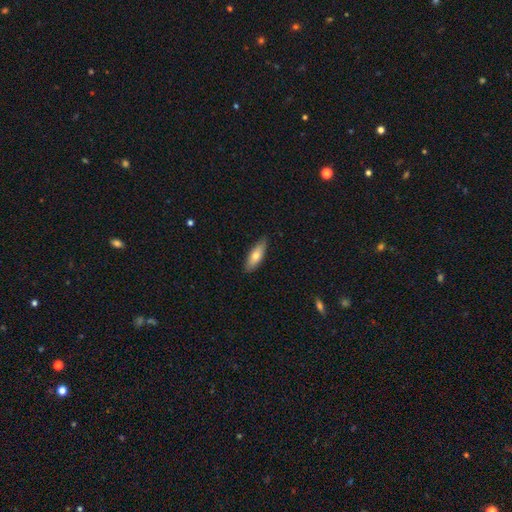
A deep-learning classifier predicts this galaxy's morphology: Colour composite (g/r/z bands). It shows a smooth galaxy with no disk features (71%) that is in between round and cigar-shaped (64%). Merging: none (85%).